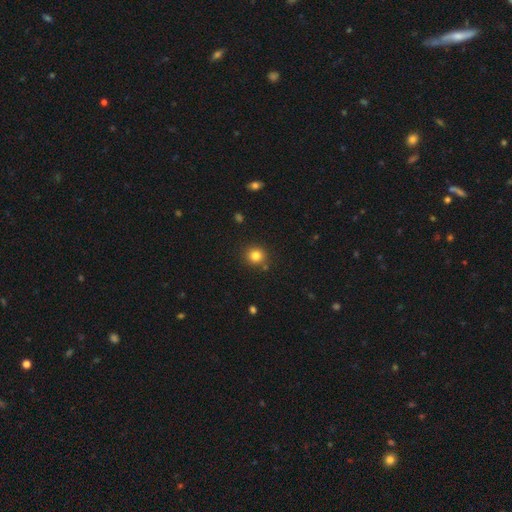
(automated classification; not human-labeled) Morphology: type=smooth (82%); roundness=round (90%); merging=none (85%).